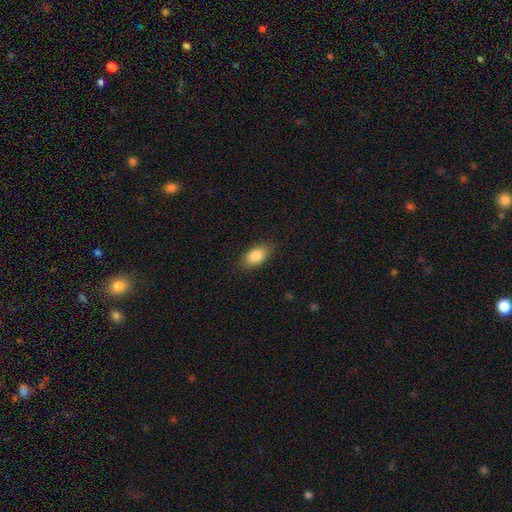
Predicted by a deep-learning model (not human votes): Overall: smooth (84%). How rounded: in between (89%). Merging: none (84%).